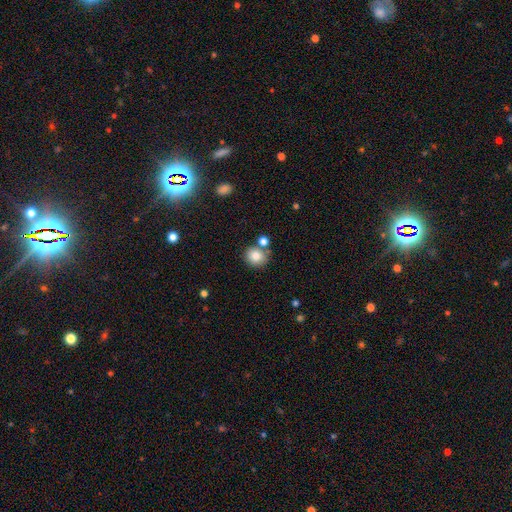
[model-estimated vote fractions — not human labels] The model was most divided on "merging": none: 69%, merger: 17%, minor disturbance: 10%, major disturbance: 3%. More confident: how rounded — round (84%); smooth or featured — smooth (81%).